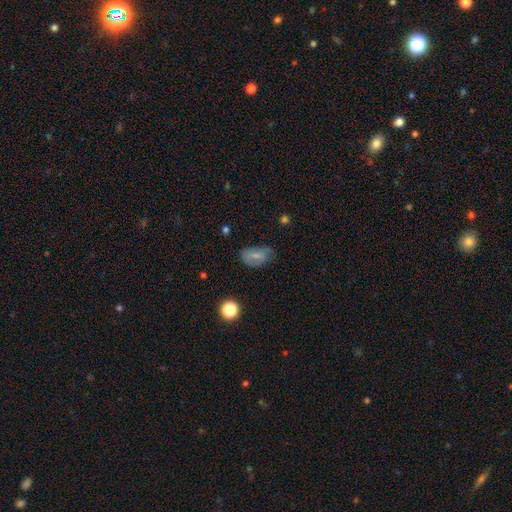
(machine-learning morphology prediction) smooth-or-featured: smooth: 68% | featured or disk: 22% | star or artifact: 10%
  how-rounded: in between: 88% | round: 9% | cigar-shaped: 3%
  merging: none: 55% | minor disturbance: 31% | major disturbance: 11% | merger: 2%